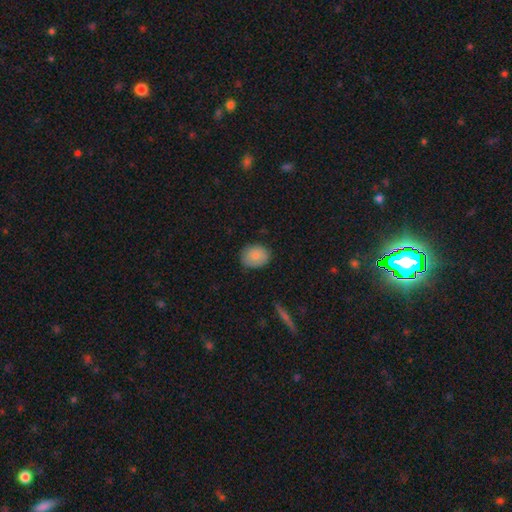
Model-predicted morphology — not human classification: Smooth or featured?
  - smooth: 84% *
  - star or artifact: 8%
  - featured or disk: 8%
How rounded?
  - round: 57% *
  - in between: 42%
  - cigar-shaped: 1%
Merging?
  - none: 82% *
  - minor disturbance: 14%
  - major disturbance: 3%
  - merger: 1%